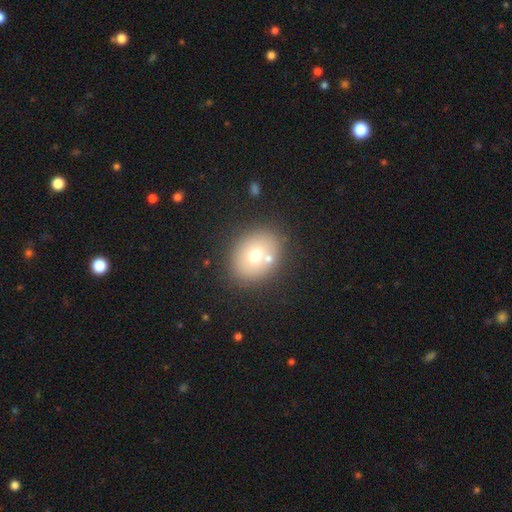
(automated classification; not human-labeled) A smooth galaxy with no disk features (69%) that is round (53%).

Vote fractions:
- Smooth or featured? smooth: 69% / featured or disk: 19% / star or artifact: 12%
- How rounded? round: 53% / in between: 46% / cigar-shaped: 1%
- Merging? none: 75% / merger: 12% / minor disturbance: 10% / major disturbance: 3%